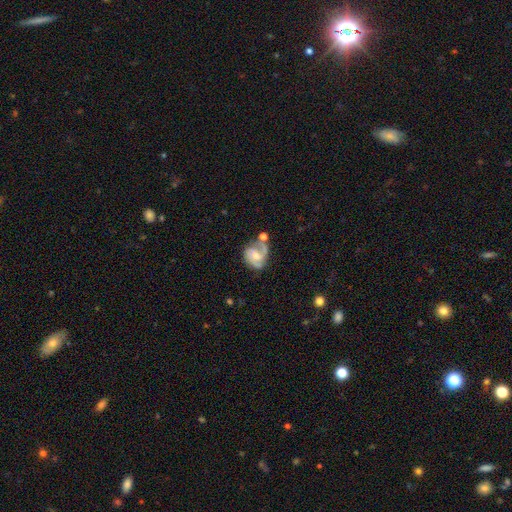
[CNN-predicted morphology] The model was most divided on "bulge size": small: 50%, moderate: 40%, none: 6%, large: 3%, dominant: 1%. Remaining: edge-on disk — no (98%); spiral arms — yes (94%); smooth or featured — featured or disk (77%); spiral arm count — 2 (67%); bar — no (52%); spiral winding — medium (49%); merging — none (44%).